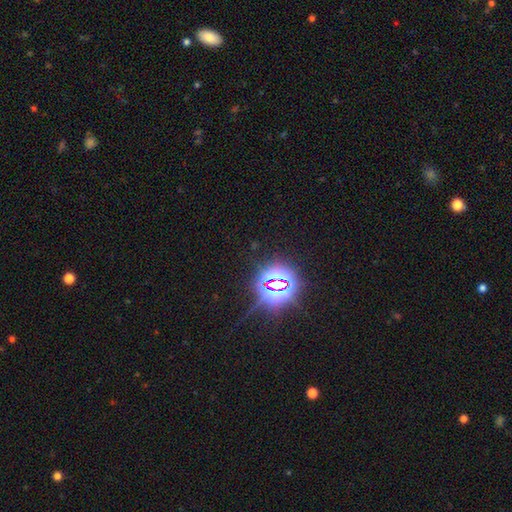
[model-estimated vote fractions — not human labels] Q: Smooth or featured?
A: star or artifact (80%); runner-up: smooth (14%)